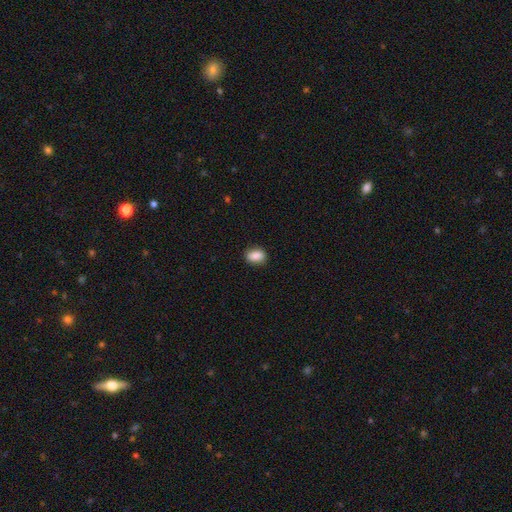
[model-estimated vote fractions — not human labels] Smooth or featured? Predicted: smooth (p=0.88). How rounded? Predicted: in between (p=0.79). Merging? Predicted: none (p=0.85).